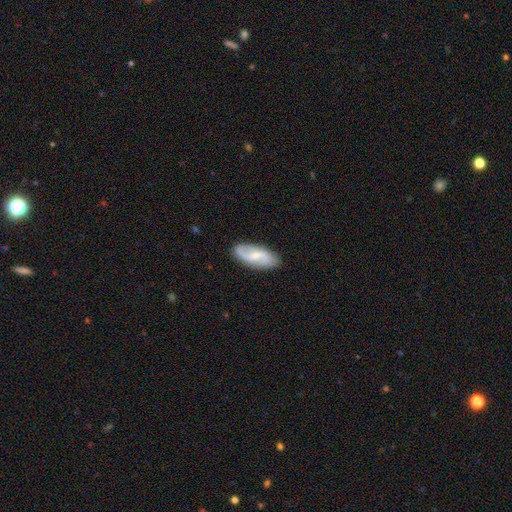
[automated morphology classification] A featured or disk galaxy (67%) with a weak bar (53%), 2 (88%) loose (52%) spiral arms (90%) and a small central bulge (59%). Merging: none (85%).